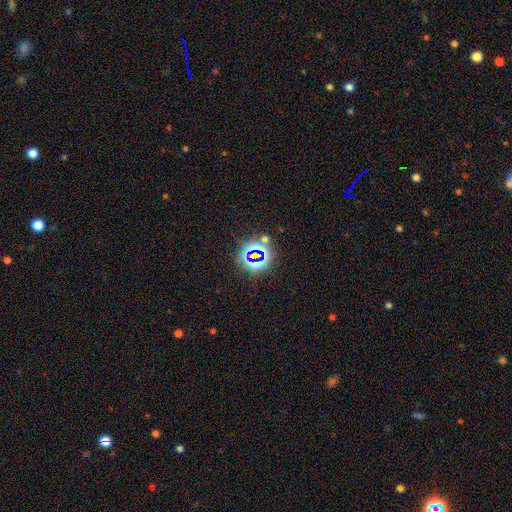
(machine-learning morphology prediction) type=star or artifact (74%).